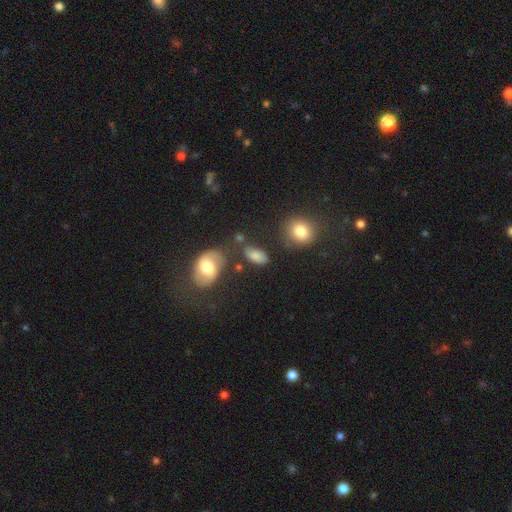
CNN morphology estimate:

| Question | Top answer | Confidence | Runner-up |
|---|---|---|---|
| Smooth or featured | smooth | 77% | featured or disk (12%) |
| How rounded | in between | 89% | round (8%) |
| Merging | none | 64% | minor disturbance (19%) |